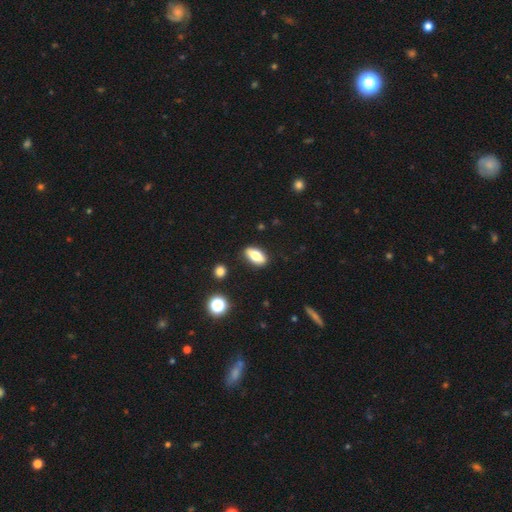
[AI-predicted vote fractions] Overall: smooth (72%). How rounded: in between (83%). Merging: none (86%).